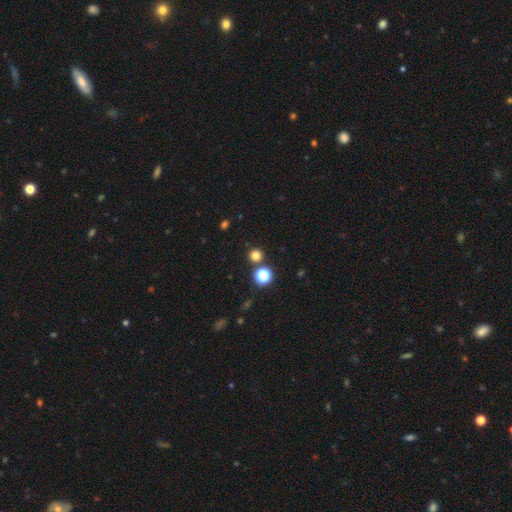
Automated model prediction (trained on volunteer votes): Smooth or featured? smooth (75%)
How rounded? round (94%)
Merging? none (84%)